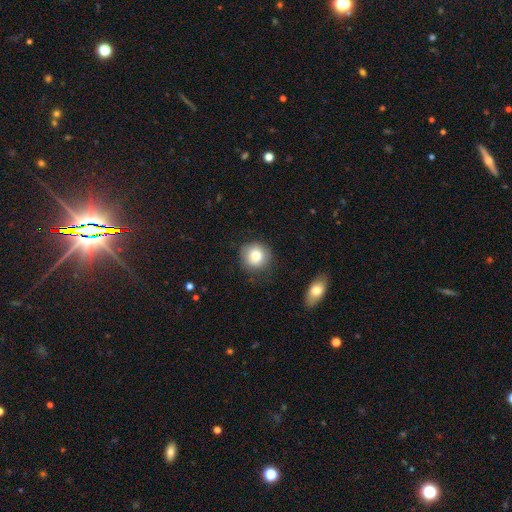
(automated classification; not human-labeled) Overall: smooth (81%). How rounded: round (91%). Merging: none (82%).